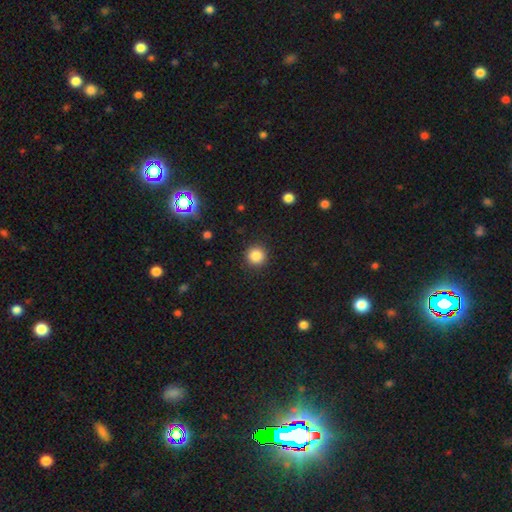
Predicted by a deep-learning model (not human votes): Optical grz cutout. It shows a smooth galaxy with no disk features (85%) that is round (95%). Merging: none (91%).